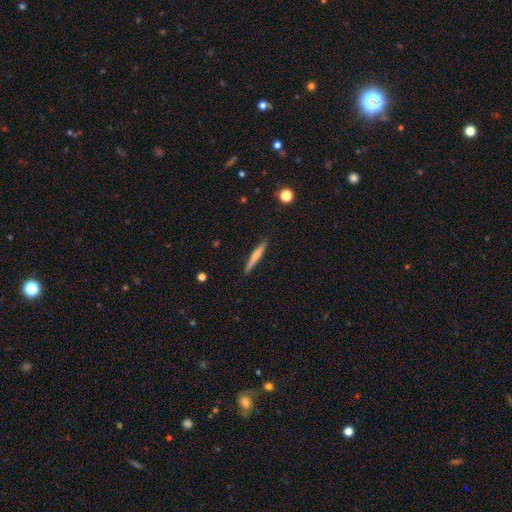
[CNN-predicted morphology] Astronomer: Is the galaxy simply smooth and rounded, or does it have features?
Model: smooth — 60%.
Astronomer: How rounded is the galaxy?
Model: cigar-shaped — 95%.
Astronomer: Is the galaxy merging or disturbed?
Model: none — 88%.